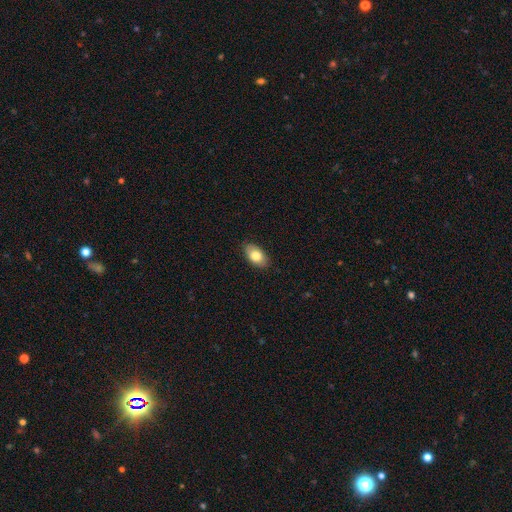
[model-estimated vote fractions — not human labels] Smooth or featured?
  - smooth: 79% *
  - featured or disk: 14%
  - star or artifact: 7%
How rounded?
  - in between: 92% *
  - round: 6%
  - cigar-shaped: 2%
Merging?
  - none: 86% *
  - minor disturbance: 11%
  - major disturbance: 2%
  - merger: 1%